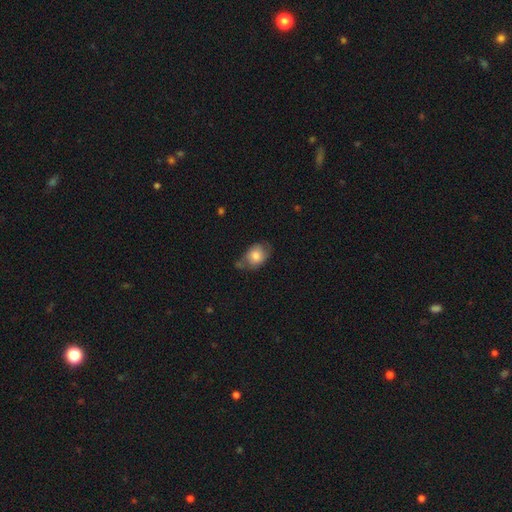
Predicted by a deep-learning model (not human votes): Morphology: type=smooth (74%); roundness=in between (68%); merging=none (45%).